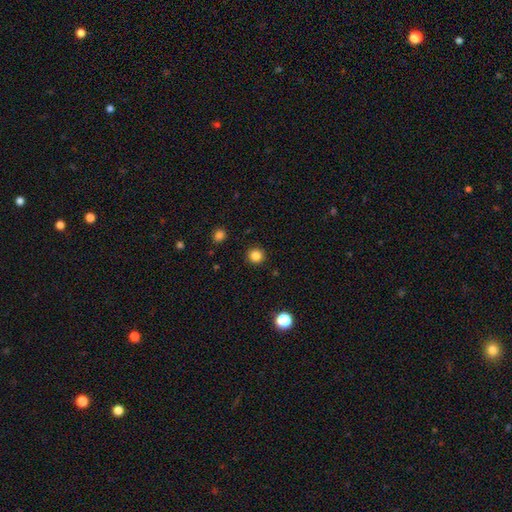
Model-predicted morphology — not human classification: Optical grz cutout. It shows a smooth galaxy with no disk features (84%) that is round (94%). Merging: none (92%).